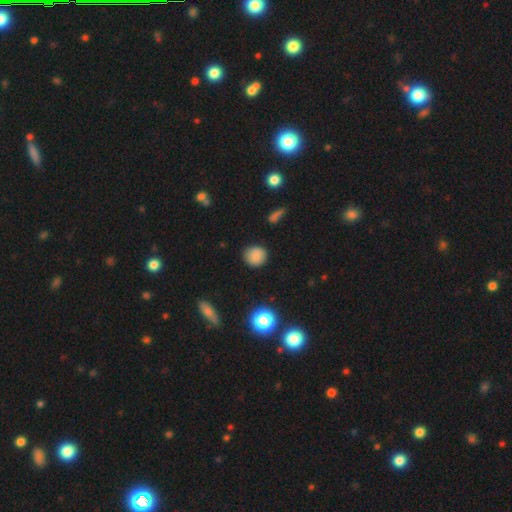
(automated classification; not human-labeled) A smooth galaxy with no disk features (83%) that is round (86%). Merging: none (86%).